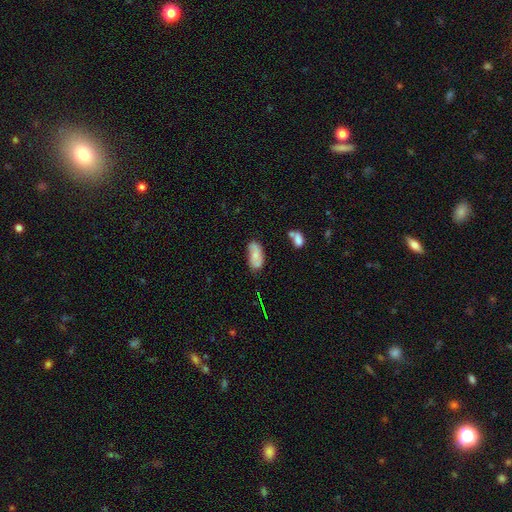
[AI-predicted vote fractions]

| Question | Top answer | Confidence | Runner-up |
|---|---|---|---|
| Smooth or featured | smooth | 61% | featured or disk (32%) |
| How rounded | in between | 90% | cigar-shaped (7%) |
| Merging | none | 63% | minor disturbance (25%) |